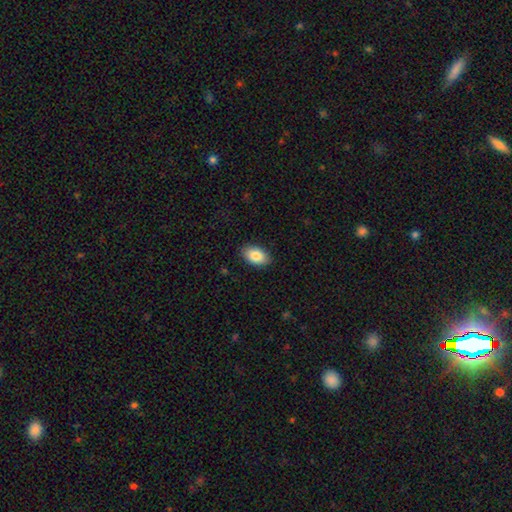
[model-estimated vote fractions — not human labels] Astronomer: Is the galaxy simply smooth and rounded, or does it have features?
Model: smooth — 86%.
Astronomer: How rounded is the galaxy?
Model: in between — 91%.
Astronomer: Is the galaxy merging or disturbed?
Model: none — 88%.